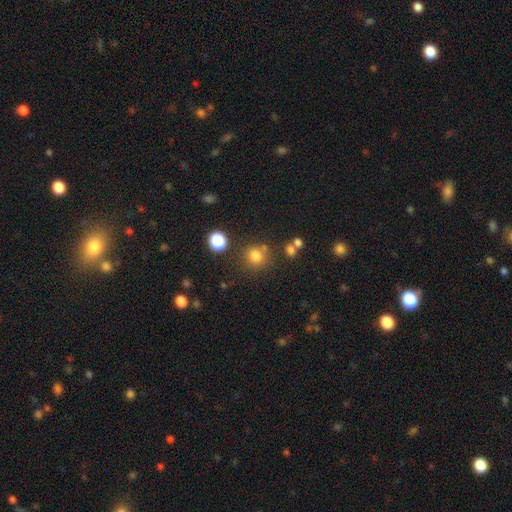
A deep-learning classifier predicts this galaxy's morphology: type=smooth (77%); roundness=round (90%); merging=none (76%).